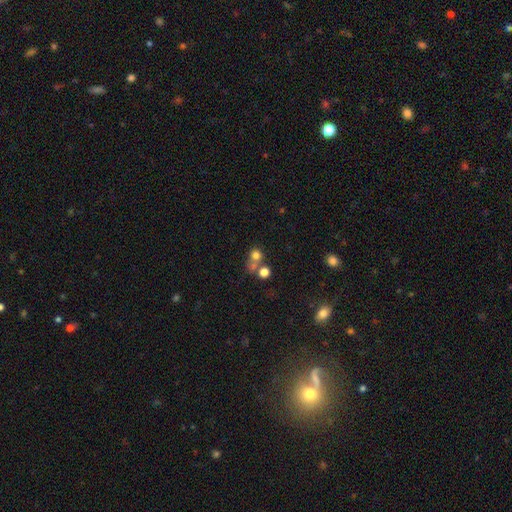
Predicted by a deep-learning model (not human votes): Smooth or featured? Predicted: smooth (p=0.70). How rounded? Predicted: round (p=0.83). Merging? Predicted: none (p=0.44).